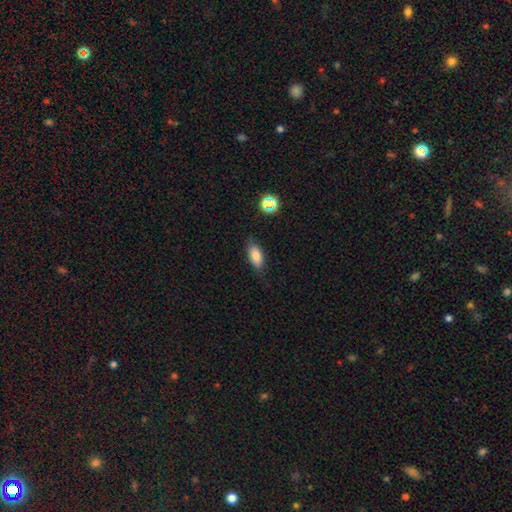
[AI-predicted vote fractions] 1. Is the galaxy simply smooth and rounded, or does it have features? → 82% smooth, 9% featured or disk, 9% star or artifact.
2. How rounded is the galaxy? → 83% in between, 13% cigar-shaped, 3% round.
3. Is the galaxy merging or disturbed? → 79% none, 16% minor disturbance, 4% major disturbance, 2% merger.